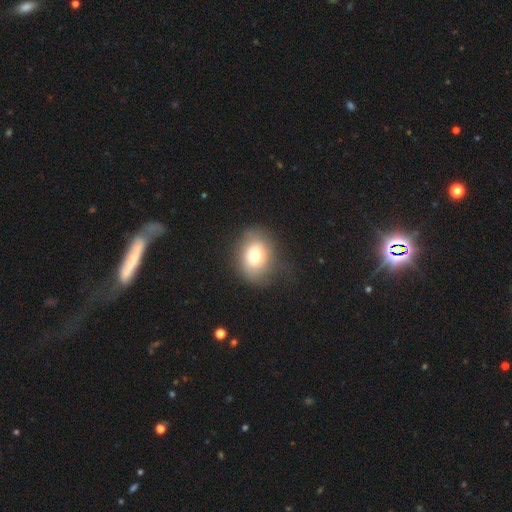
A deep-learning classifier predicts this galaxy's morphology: Smooth or featured? Predicted: smooth (p=0.72). How rounded? Predicted: round (p=0.53). Merging? Predicted: none (p=0.69).